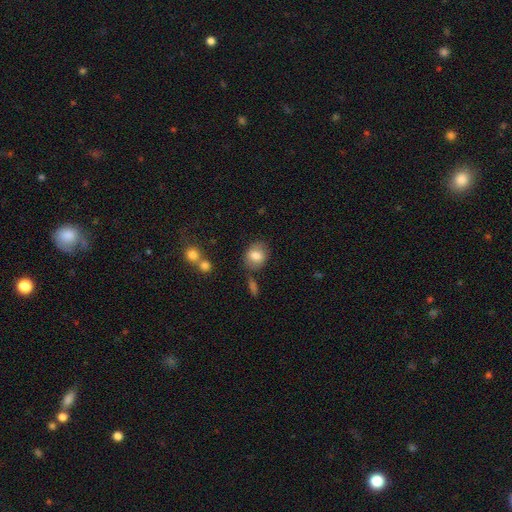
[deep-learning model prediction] A smooth galaxy with no disk features (80%) that is round (55%). Merging: none (75%).